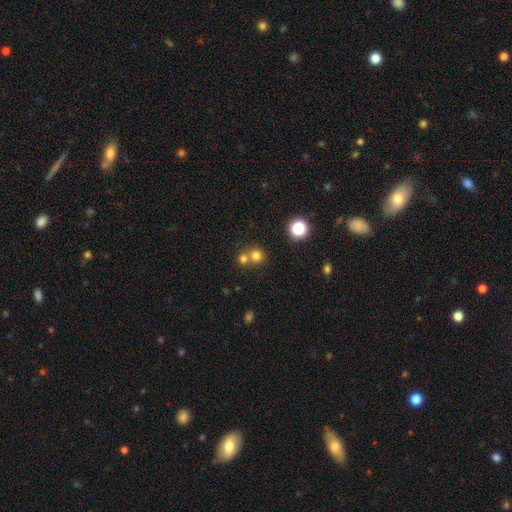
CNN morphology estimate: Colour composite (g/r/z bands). It shows a smooth galaxy with no disk features (74%) that is round (89%). Merging: none (53%).